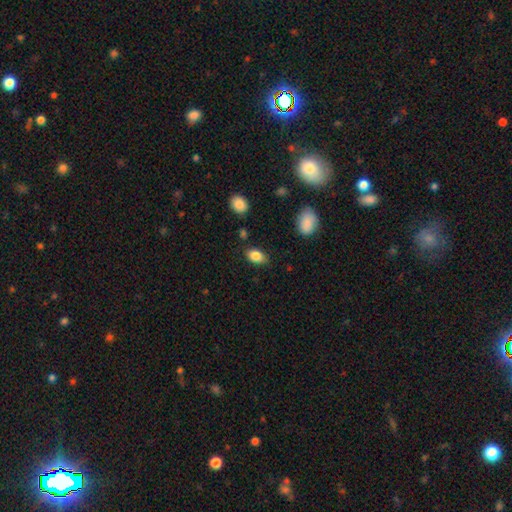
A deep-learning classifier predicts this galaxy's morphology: smooth-or-featured: smooth: 86% | star or artifact: 8% | featured or disk: 6%
  how-rounded: in between: 88% | round: 11% | cigar-shaped: 2%
  merging: none: 81% | minor disturbance: 14% | major disturbance: 3% | merger: 2%